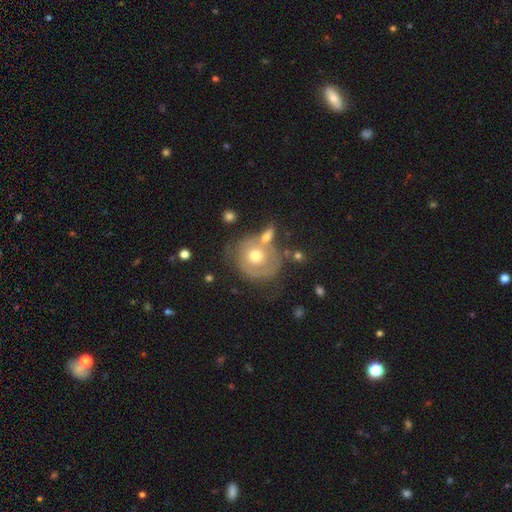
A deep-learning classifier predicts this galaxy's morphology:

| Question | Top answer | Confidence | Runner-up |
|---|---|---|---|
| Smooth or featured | featured or disk | 50% | smooth (43%) |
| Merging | none | 47% | merger (21%) |